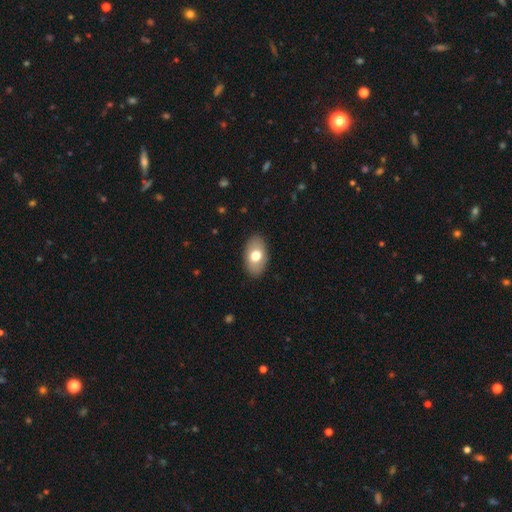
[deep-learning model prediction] A smooth galaxy with no disk features (70%) that is in between round and cigar-shaped (91%). Merging: none (88%).